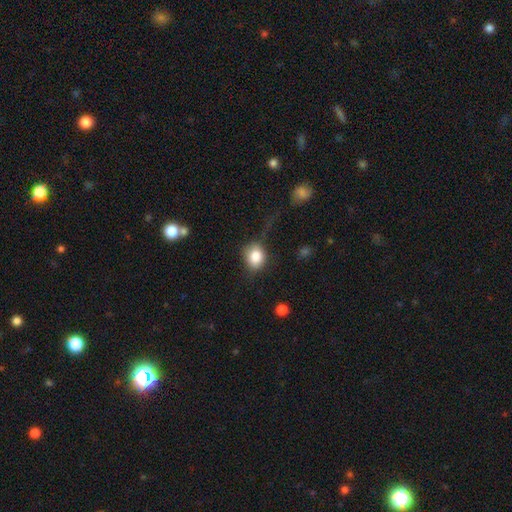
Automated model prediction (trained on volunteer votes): A smooth galaxy with no disk features (82%) that is round (55%). Merging: none (58%).